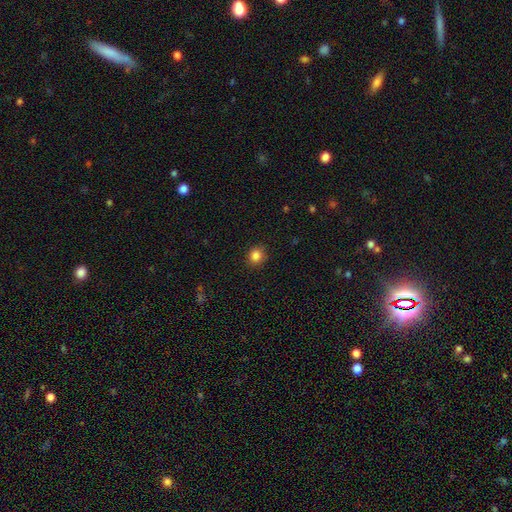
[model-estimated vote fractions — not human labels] This is clearly a smooth galaxy (85%). How rounded: clearly round (84%). Merging: clearly none (89%).